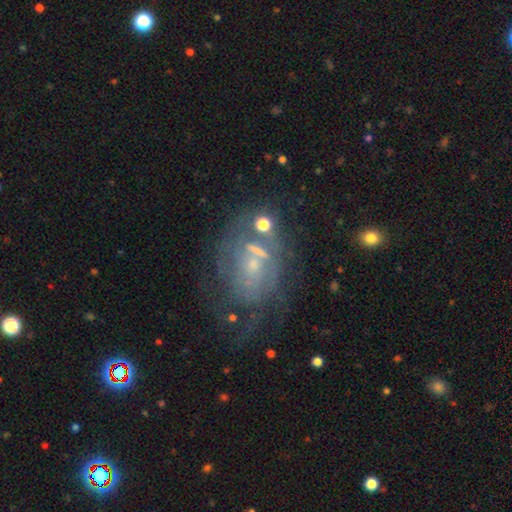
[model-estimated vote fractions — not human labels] Q: Smooth or featured?
A: featured or disk (68%); runner-up: smooth (17%)
Q: Edge-on disk?
A: no (97%); runner-up: yes (3%)
Q: Bar?
A: no (66%); runner-up: weak (27%)
Q: Spiral arms?
A: yes (69%); runner-up: no (31%)
Q: Bulge size?
A: small (66%); runner-up: moderate (19%)
Q: Merging?
A: none (43%); runner-up: major disturbance (25%)